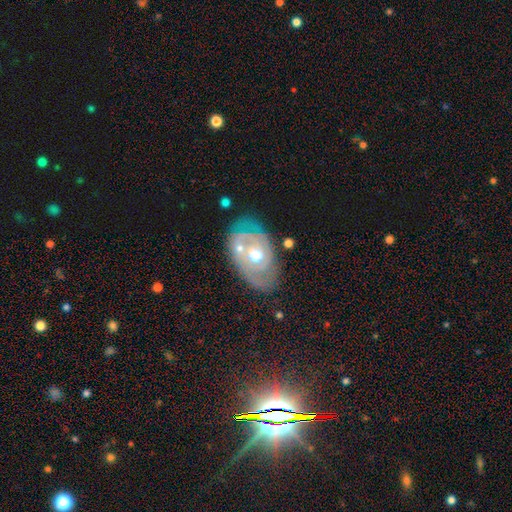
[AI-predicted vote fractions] The model was most divided on "spiral arms": yes: 64%, no: 36%. More confident: edge-on disk — no (94%); bulge size — moderate (76%); bar — no (74%); smooth or featured — featured or disk (73%); merging — none (57%).